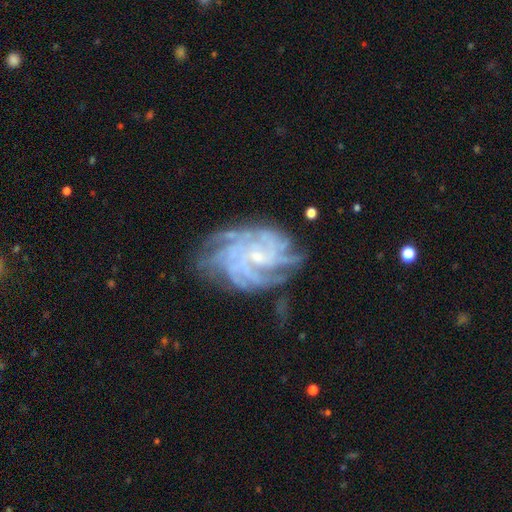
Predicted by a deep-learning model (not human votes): smooth_or_featured: featured or disk (p=0.87) [alt: star or artifact p=0.08]
disk_edge_on: no (p=0.97) [alt: yes p=0.03]
bar: no (p=0.65) [alt: weak p=0.27]
has_spiral_arms: yes (p=0.97) [alt: no p=0.03]
spiral_winding: tight (p=0.68) [alt: medium p=0.26]
spiral_arm_count: more than 4 (p=0.30) [alt: 4 p=0.24]
bulge_size: small (p=0.79) [alt: moderate p=0.14]
merging: none (p=0.71) [alt: minor disturbance p=0.18]